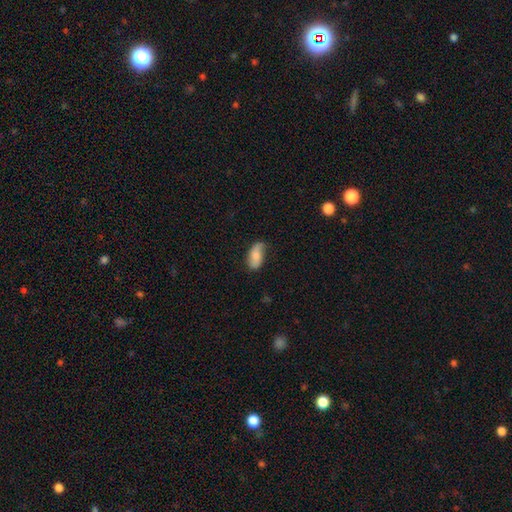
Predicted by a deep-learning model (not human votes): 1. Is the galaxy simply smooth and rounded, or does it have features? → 70% smooth, 23% featured or disk, 7% star or artifact.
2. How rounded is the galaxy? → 92% in between, 5% cigar-shaped, 3% round.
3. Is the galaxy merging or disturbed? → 58% none, 32% minor disturbance, 8% major disturbance, 2% merger.